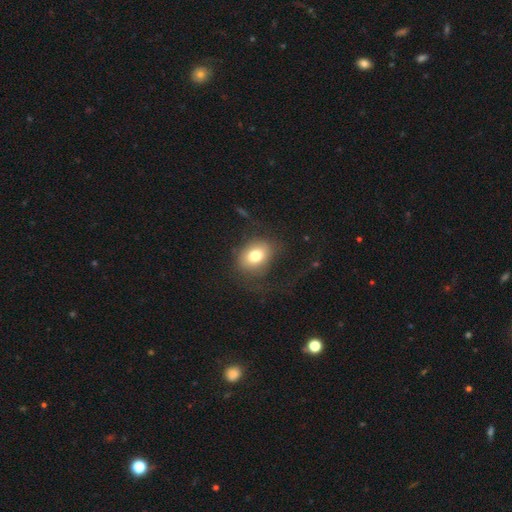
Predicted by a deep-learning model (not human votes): smooth 75%, featured or disk 15%, star or artifact 10%. Down the decision tree: how rounded — in between (53%); merging — none (66%).